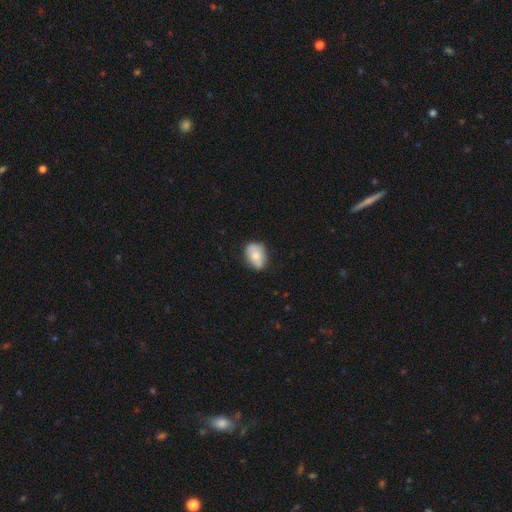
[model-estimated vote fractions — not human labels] Morphology: type=smooth (70%); roundness=in between (76%); merging=none (68%).